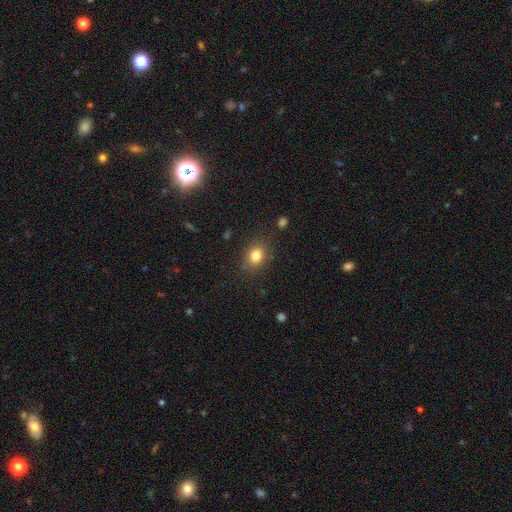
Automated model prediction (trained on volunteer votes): A smooth galaxy with no disk features (82%) that is round (54%). Merging: none (82%).